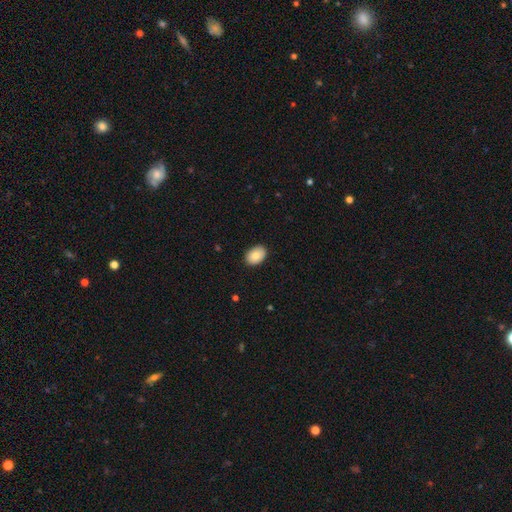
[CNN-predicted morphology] Q: Smooth or featured?
A: smooth (84%); runner-up: featured or disk (9%)
Q: How rounded?
A: in between (84%); runner-up: round (15%)
Q: Merging?
A: none (89%); runner-up: minor disturbance (8%)